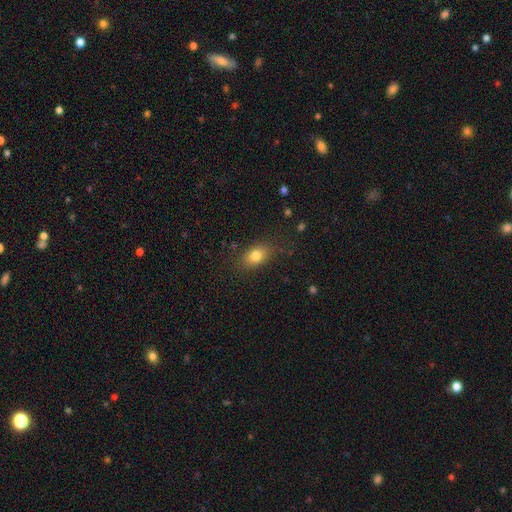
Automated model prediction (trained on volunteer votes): A smooth galaxy with no disk features (80%) that is in between round and cigar-shaped (79%).

Vote fractions:
- Smooth or featured? smooth: 80% / star or artifact: 10% / featured or disk: 10%
- How rounded? in between: 79% / round: 18% / cigar-shaped: 3%
- Merging? none: 82% / minor disturbance: 13% / major disturbance: 4% / merger: 1%